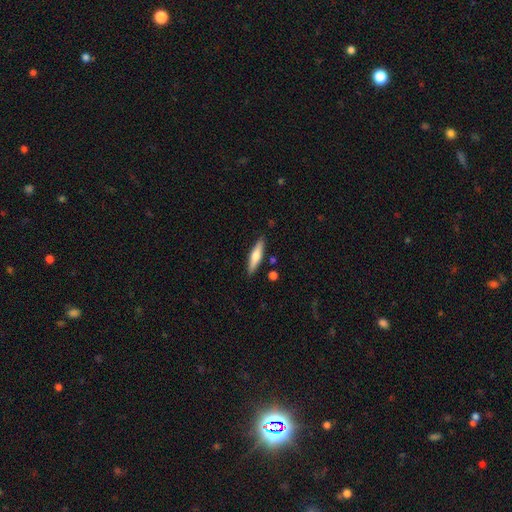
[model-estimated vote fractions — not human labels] smooth_or_featured: smooth (p=0.51) [alt: featured or disk p=0.43]
how_rounded: cigar-shaped (p=0.76) [alt: in between p=0.22]
merging: none (p=0.86) [alt: minor disturbance p=0.09]